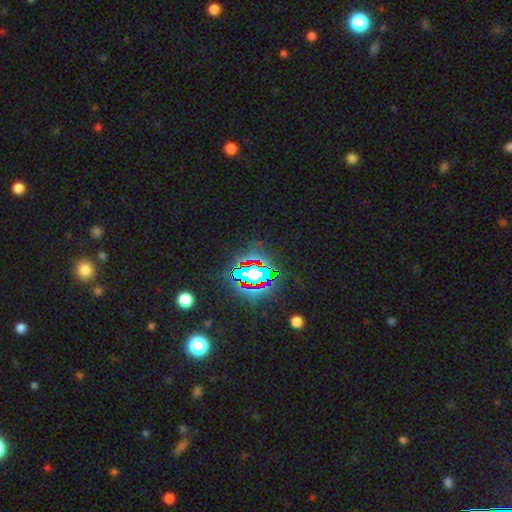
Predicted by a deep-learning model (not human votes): This appears to be a star or artifact, not a galaxy (82%).